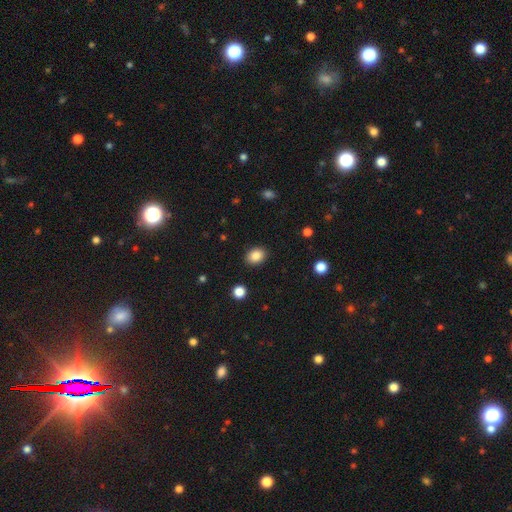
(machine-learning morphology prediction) smooth_or_featured: smooth (p=0.86) [alt: star or artifact p=0.09]
how_rounded: in between (p=0.55) [alt: round p=0.44]
merging: none (p=0.89) [alt: minor disturbance p=0.07]